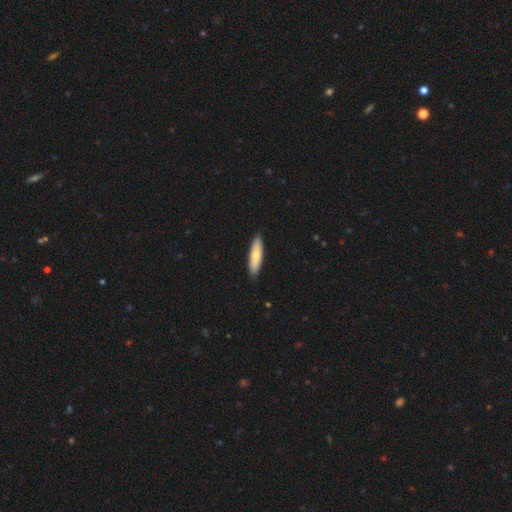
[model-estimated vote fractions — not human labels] Q: Smooth or featured?
A: smooth (75%); runner-up: featured or disk (20%)
Q: How rounded?
A: cigar-shaped (69%); runner-up: in between (29%)
Q: Merging?
A: none (90%); runner-up: minor disturbance (8%)